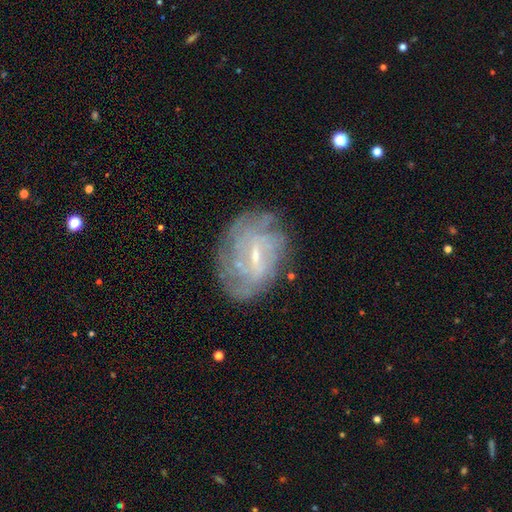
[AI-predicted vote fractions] A featured or disk galaxy (75%) with a weak bar (59%), tight (57%) spiral arms (77%) and a small central bulge (69%). Merging: none (68%).